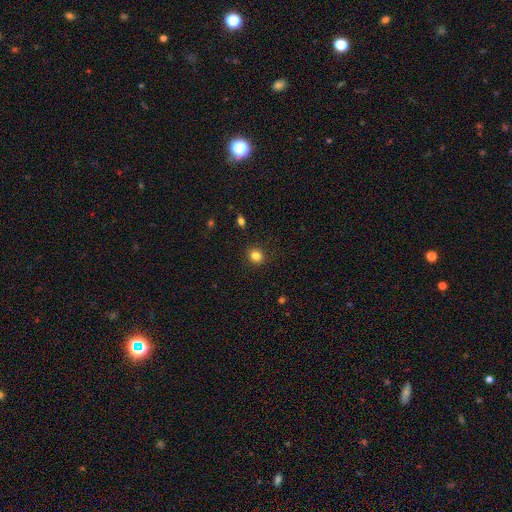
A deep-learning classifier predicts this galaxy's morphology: smooth 83%, star or artifact 12%, featured or disk 5%. Down the decision tree: how rounded — round (82%); merging — none (90%).